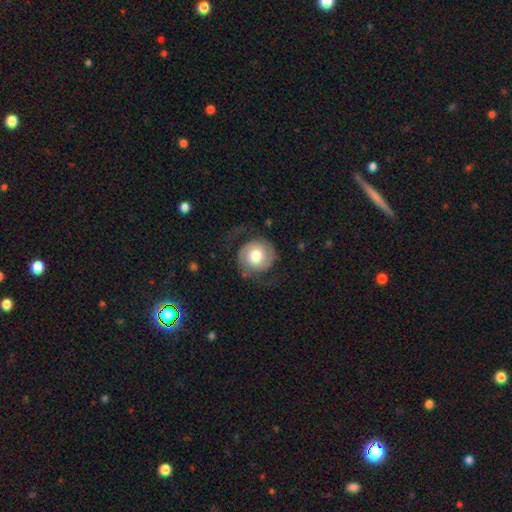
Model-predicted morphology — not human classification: This appears to be a featured or disk galaxy (69%) with no bar (74%), 2 (88%) medium (40%) spiral arms (92%) and a moderate central bulge (65%). Merging: none (66%).